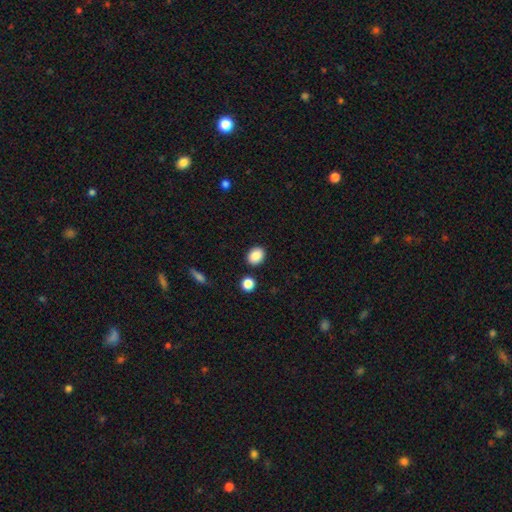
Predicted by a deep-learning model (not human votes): This is clearly a smooth galaxy (88%). How rounded: possibly in between (57%). Merging: clearly none (87%).